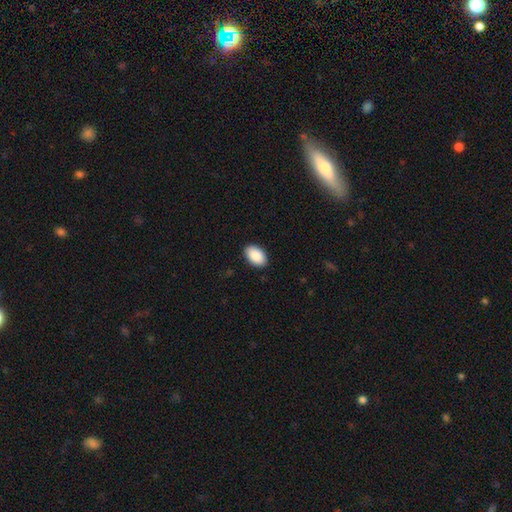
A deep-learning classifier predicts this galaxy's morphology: A smooth galaxy with no disk features (90%) that is in between round and cigar-shaped (94%).

Vote fractions:
- Smooth or featured? smooth: 90% / star or artifact: 6% / featured or disk: 3%
- How rounded? in between: 94% / round: 5% / cigar-shaped: 1%
- Merging? none: 90% / minor disturbance: 7% / major disturbance: 2% / merger: 1%